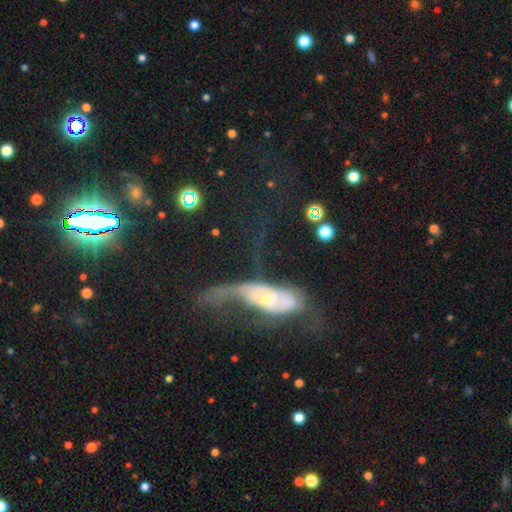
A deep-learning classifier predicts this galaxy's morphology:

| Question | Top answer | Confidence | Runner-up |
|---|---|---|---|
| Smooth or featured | featured or disk | 56% | smooth (26%) |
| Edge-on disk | no | 70% | yes (30%) |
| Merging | major disturbance | 50% | none (20%) |